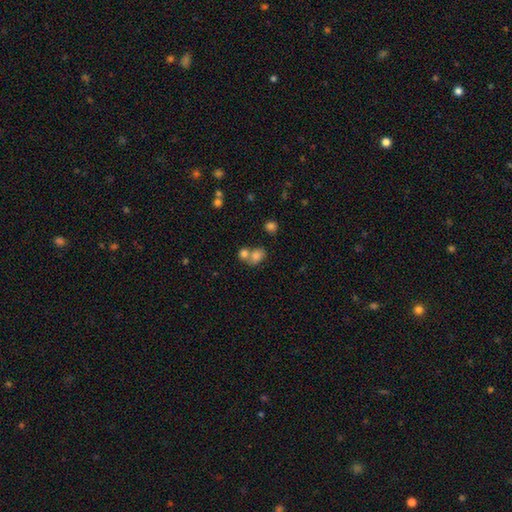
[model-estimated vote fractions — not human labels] smooth_or_featured: smooth (p=0.76) [alt: featured or disk p=0.12]
how_rounded: in between (p=0.54) [alt: round p=0.45]
merging: merger (p=0.51) [alt: none p=0.36]